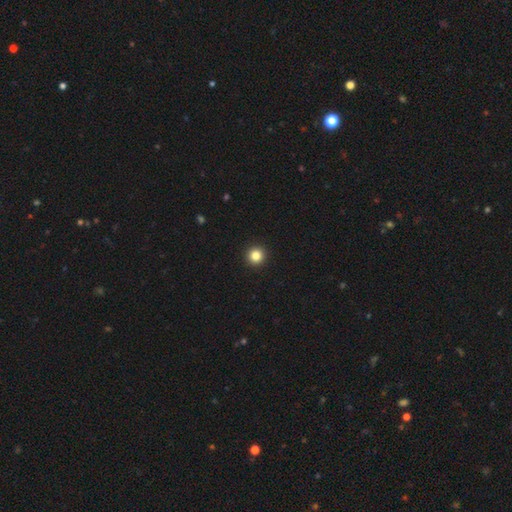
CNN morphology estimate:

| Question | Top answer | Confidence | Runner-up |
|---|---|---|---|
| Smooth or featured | smooth | 84% | star or artifact (12%) |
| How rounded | round | 96% | in between (3%) |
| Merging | none | 94% | minor disturbance (3%) |